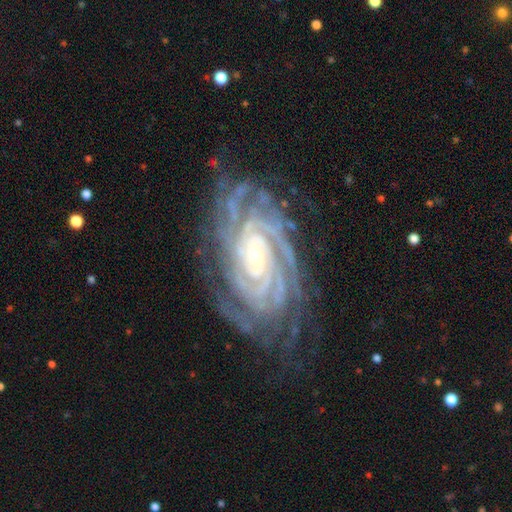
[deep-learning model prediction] Smooth or featured? featured or disk (92%)
Edge-on disk? no (96%)
Bar? no (60%)
Spiral arms? yes (99%)
Spiral winding? tight (84%)
Spiral arm count? 4 (27%)
Bulge size? small (72%)
Merging? none (75%)